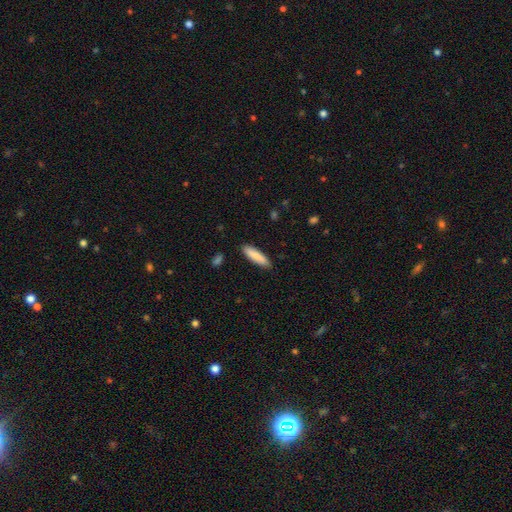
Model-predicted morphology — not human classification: This is clearly a smooth galaxy (87%). How rounded: likely cigar-shaped (67%). Merging: clearly none (88%).